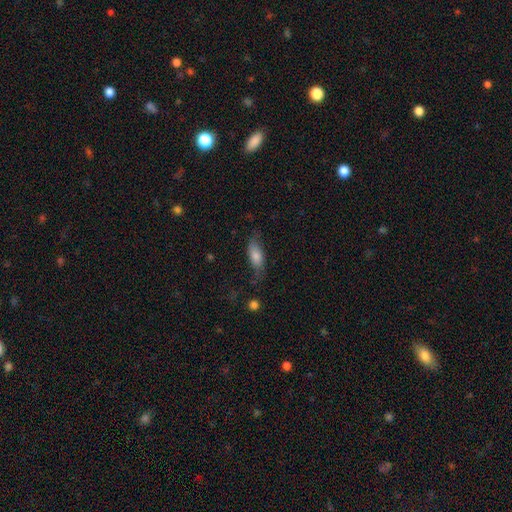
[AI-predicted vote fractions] smooth 66%, featured or disk 25%, star or artifact 8%. Down the decision tree: how rounded — in between (71%); merging — none (60%).